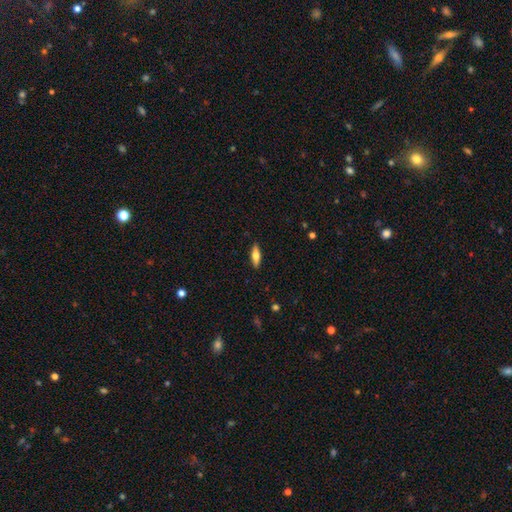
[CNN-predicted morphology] Smooth or featured?
  - smooth: 60% *
  - featured or disk: 34%
  - star or artifact: 6%
How rounded?
  - in between: 52% *
  - cigar-shaped: 45%
  - round: 3%
Merging?
  - none: 90% *
  - minor disturbance: 8%
  - major disturbance: 2%
  - merger: 1%